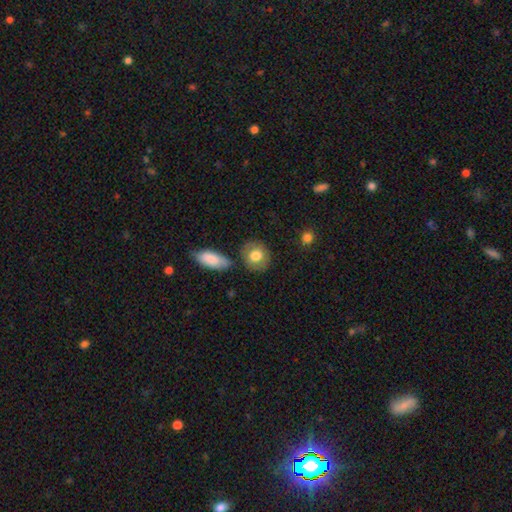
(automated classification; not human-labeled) Q: Smooth or featured?
A: smooth (77%); runner-up: featured or disk (17%)
Q: How rounded?
A: round (70%); runner-up: in between (28%)
Q: Merging?
A: none (77%); runner-up: minor disturbance (13%)